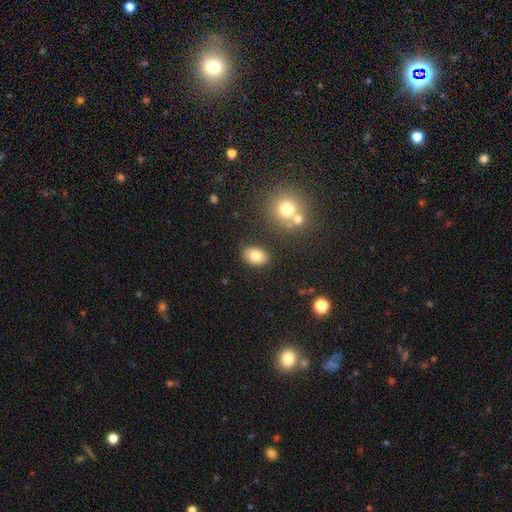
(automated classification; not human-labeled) smooth 81%, featured or disk 10%, star or artifact 9%. Down the decision tree: how rounded — in between (86%); merging — none (84%).